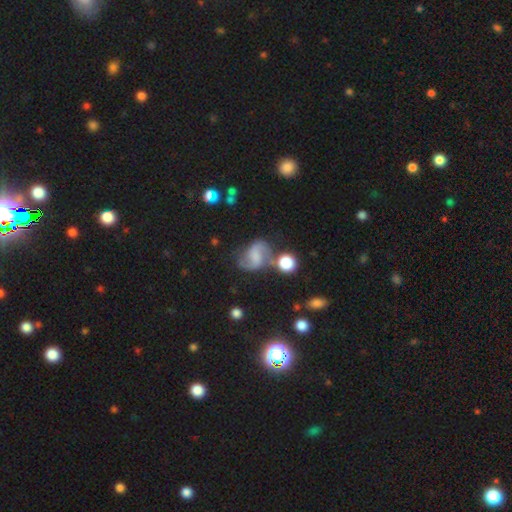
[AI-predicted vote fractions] This is likely a featured or disk galaxy (72%). It is clearly not viewed edge-on (98%). Bar: possibly weak (48%). Spiral arm pattern: clearly yes (94%). Spiral arm count: clearly 2 (92%). Spiral winding: possibly loose (50%). Central bulge: marginally none (39%). Merging: possibly none (56%).